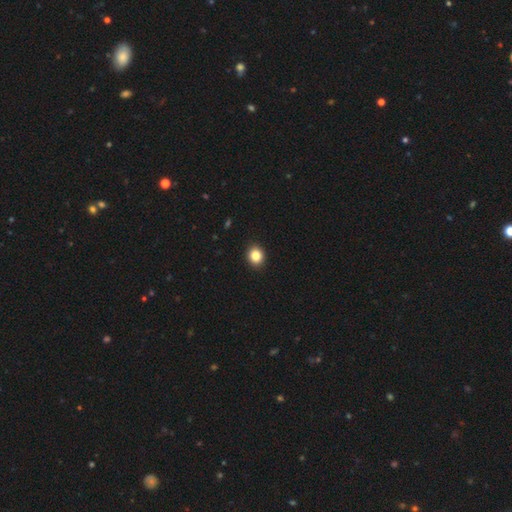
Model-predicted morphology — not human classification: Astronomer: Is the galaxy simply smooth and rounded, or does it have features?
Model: smooth — 85%.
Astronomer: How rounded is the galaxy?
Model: round — 68%.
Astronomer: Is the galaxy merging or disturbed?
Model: none — 92%.